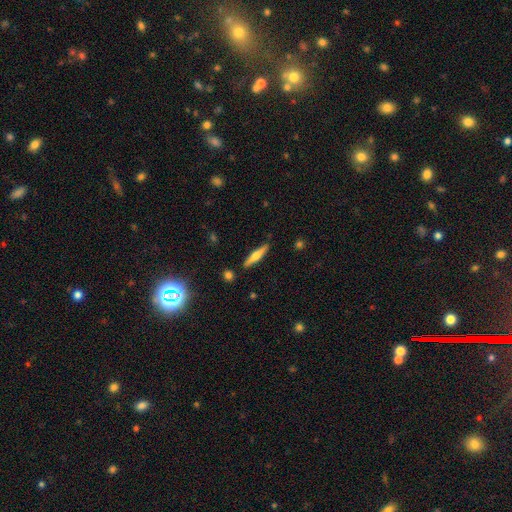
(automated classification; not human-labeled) Overall: featured or disk (48%; smooth 46%). Merging: none (89%).